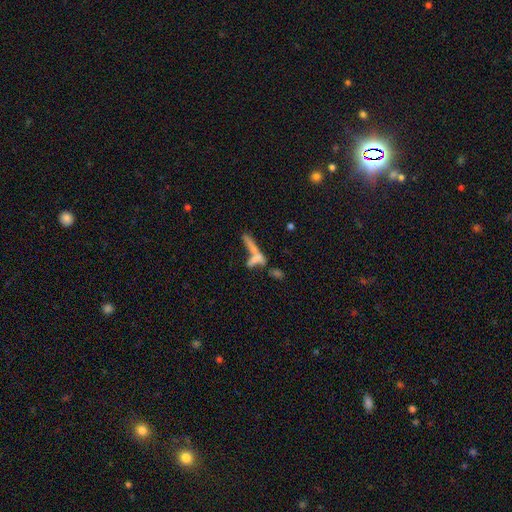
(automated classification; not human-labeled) A smooth galaxy with no disk features (52%) that is cigar-shaped (78%). Merging: merger (48%).